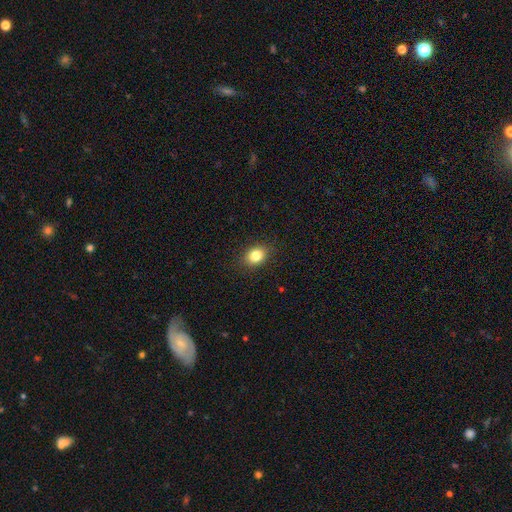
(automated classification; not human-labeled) smooth 83%, star or artifact 10%, featured or disk 6%. Down the decision tree: how rounded — in between (63%); merging — none (88%).